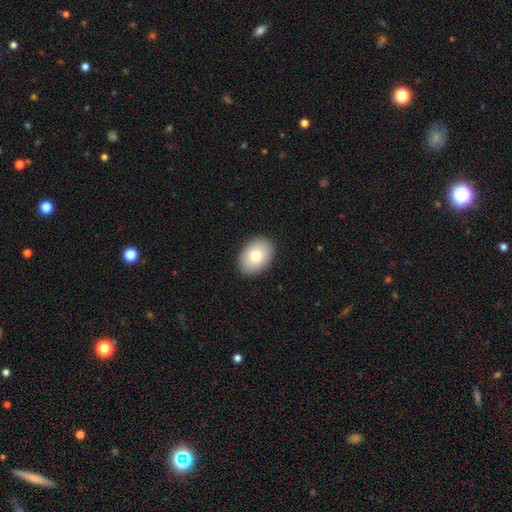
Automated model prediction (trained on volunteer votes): This is likely a smooth galaxy (79%). How rounded: likely in between (79%). Merging: clearly none (90%).